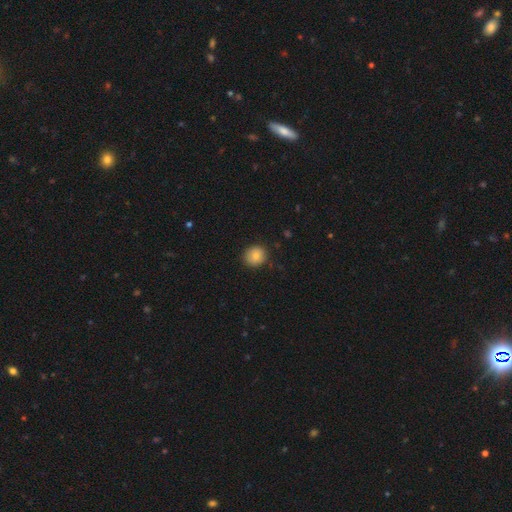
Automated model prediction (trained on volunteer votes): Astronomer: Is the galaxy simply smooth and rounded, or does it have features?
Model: smooth — 82%.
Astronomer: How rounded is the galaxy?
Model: round — 86%.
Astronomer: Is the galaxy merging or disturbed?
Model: none — 84%.